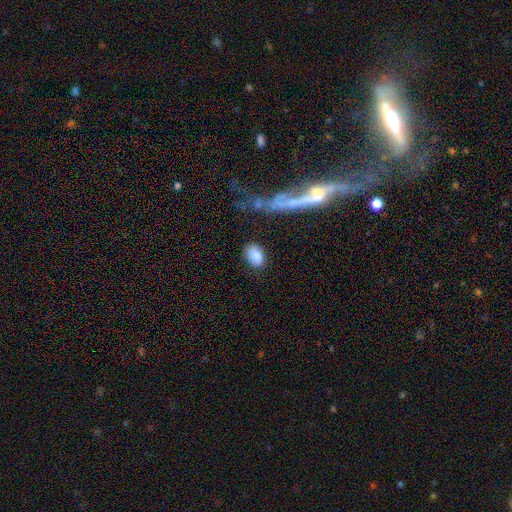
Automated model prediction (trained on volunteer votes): Overall: smooth (85%). How rounded: in between (88%). Merging: none (73%).